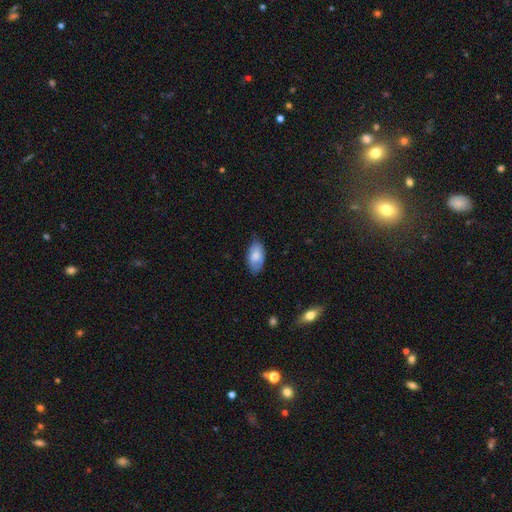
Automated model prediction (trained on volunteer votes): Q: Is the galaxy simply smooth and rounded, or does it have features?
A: smooth — 77%.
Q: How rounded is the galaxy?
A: in between — 94%.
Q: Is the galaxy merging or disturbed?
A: none — 70%.